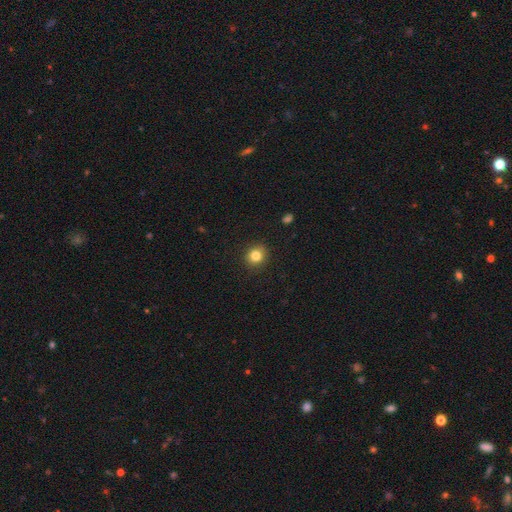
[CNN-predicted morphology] smooth 83%, star or artifact 11%, featured or disk 6%. Down the decision tree: how rounded — round (86%); merging — none (90%).